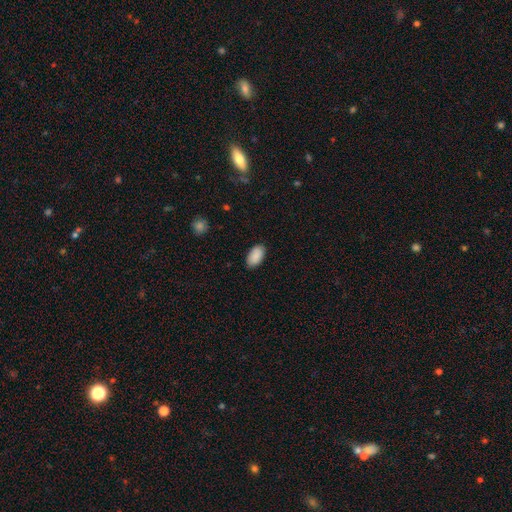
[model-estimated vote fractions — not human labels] The model was most divided on "merging": none: 86%, minor disturbance: 11%, major disturbance: 2%, merger: 1%. More confident: how rounded — in between (95%); smooth or featured — smooth (90%).